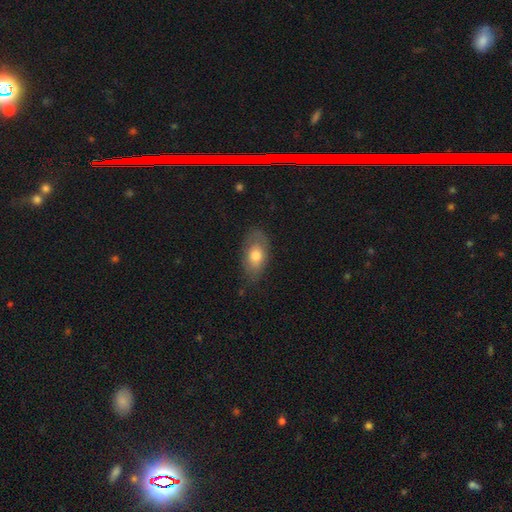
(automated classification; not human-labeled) smooth 70%, featured or disk 23%, star or artifact 7%. Down the decision tree: how rounded — in between (89%); merging — none (72%).